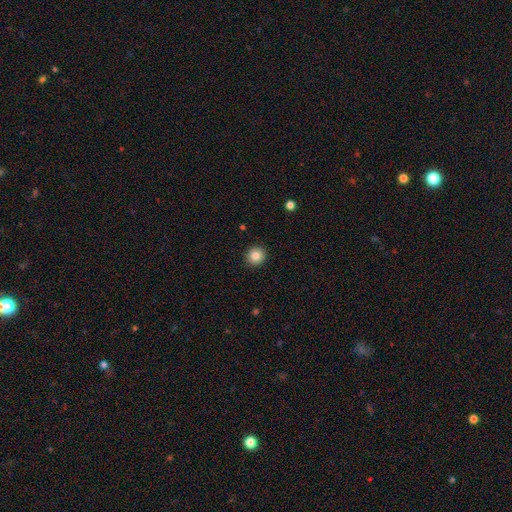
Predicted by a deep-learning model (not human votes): Smooth or featured: smooth — 84% (star or artifact — 10%)
How rounded: round — 90% (in between — 9%)
Merging: none — 92% (minor disturbance — 5%)